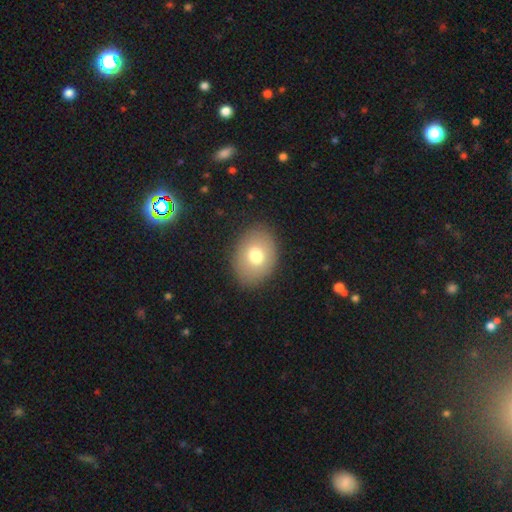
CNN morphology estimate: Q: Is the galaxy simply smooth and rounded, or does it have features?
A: smooth — 74%.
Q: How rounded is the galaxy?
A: in between — 64%.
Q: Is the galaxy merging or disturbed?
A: none — 87%.